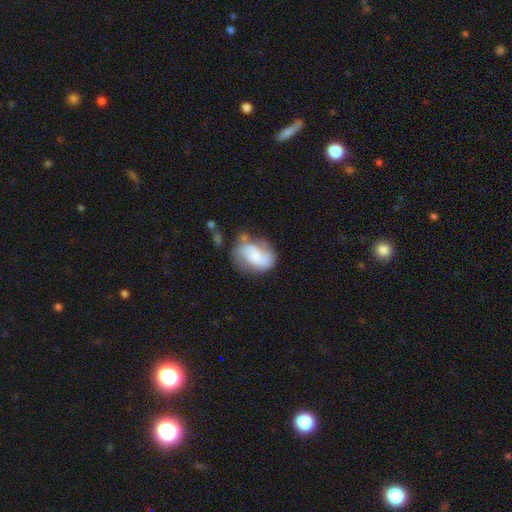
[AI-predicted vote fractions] A featured or disk galaxy (57%) with no bar (60%), spiral arms (83%) and a small central bulge (48%).

Vote fractions:
- Smooth or featured? featured or disk: 57% / smooth: 36% / star or artifact: 7%
- Edge-on disk? no: 97% / yes: 3%
- Bar? no: 60% / weak: 31% / strong: 9%
- Spiral arms? yes: 83% / no: 17%
- Bulge size? small: 48% / moderate: 31% / none: 11% / large: 8% / dominant: 2%
- Merging? none: 51% / minor disturbance: 26% / major disturbance: 14% / merger: 9%